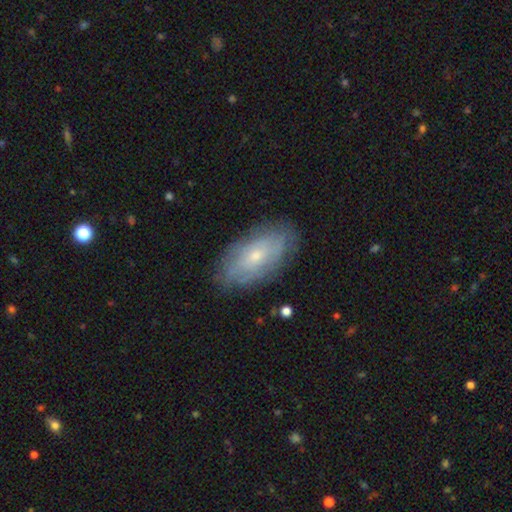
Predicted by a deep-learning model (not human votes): Morphology: type=featured or disk (51%); edge-on=no (89%); merging=none (79%).